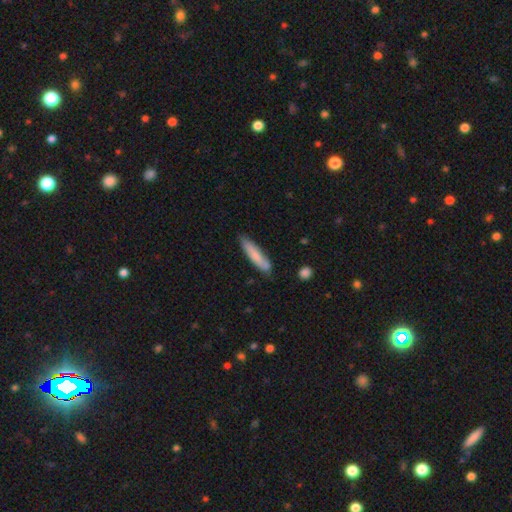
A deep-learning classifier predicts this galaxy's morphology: A smooth galaxy with no disk features (78%) that is cigar-shaped (84%).

Vote fractions:
- Smooth or featured? smooth: 78% / featured or disk: 17% / star or artifact: 6%
- How rounded? cigar-shaped: 84% / in between: 14% / round: 1%
- Merging? none: 77% / minor disturbance: 17% / merger: 3% / major disturbance: 3%